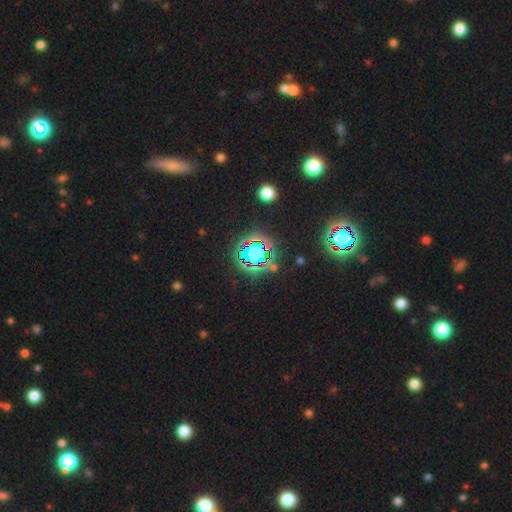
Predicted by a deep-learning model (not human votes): Overall: star or artifact (73%).